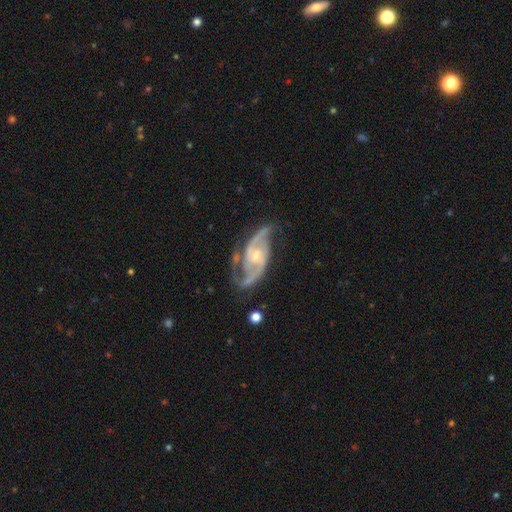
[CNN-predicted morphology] This appears to be a featured or disk galaxy (91%) with no bar (53%), 2 (82%) medium (55%) spiral arms (98%) and a small central bulge (54%). Merging: none (68%).